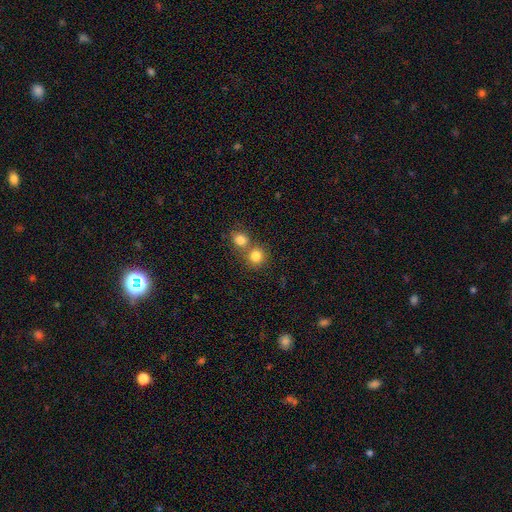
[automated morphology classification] smooth_or_featured: smooth (p=0.81) [alt: star or artifact p=0.12]
how_rounded: round (p=0.87) [alt: in between p=0.12]
merging: none (p=0.52) [alt: merger p=0.40]